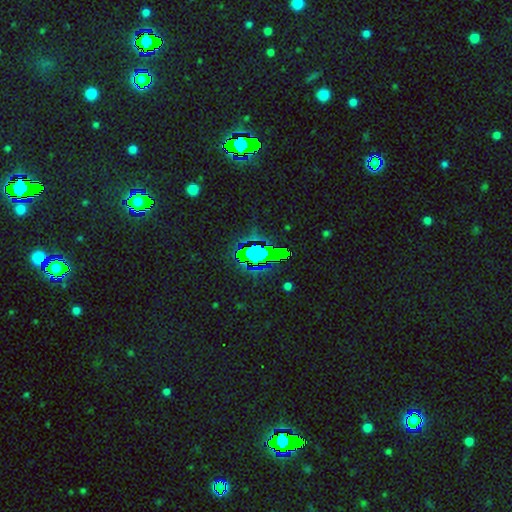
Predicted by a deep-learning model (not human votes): star or artifact 71%, smooth 18%, featured or disk 11%.